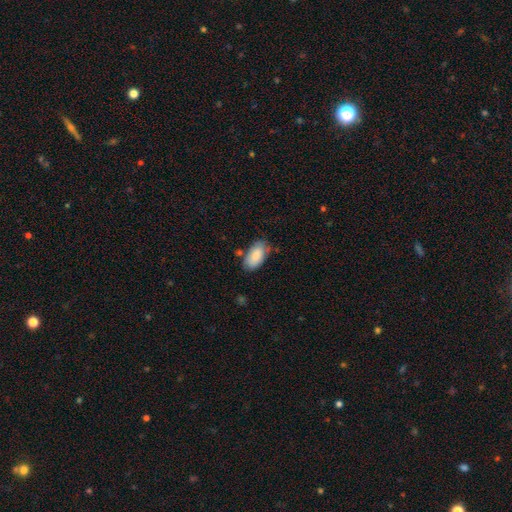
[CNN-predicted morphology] Smooth or featured? Predicted: smooth (p=0.85). How rounded? Predicted: in between (p=0.95). Merging? Predicted: none (p=0.71).